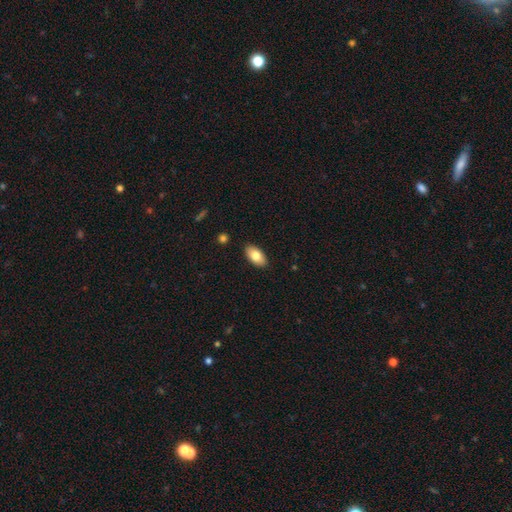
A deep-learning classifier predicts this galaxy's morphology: The model was most divided on "smooth or featured": smooth: 80%, featured or disk: 13%, star or artifact: 7%. More confident: how rounded — in between (94%); merging — none (89%).